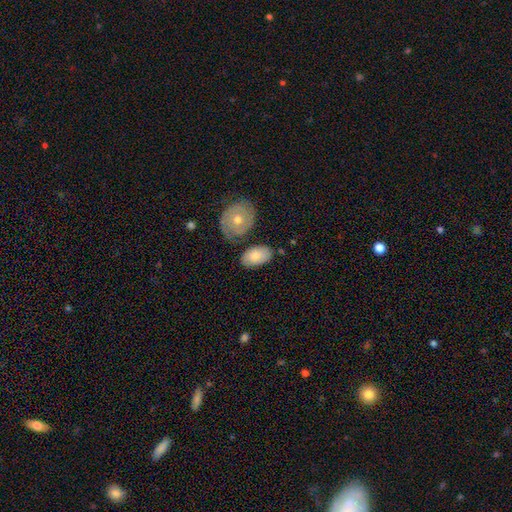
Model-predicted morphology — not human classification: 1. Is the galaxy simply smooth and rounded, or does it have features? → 74% smooth, 20% featured or disk, 6% star or artifact.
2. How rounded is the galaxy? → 92% in between, 7% round, 1% cigar-shaped.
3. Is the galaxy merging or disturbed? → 69% none, 18% minor disturbance, 9% merger, 5% major disturbance.